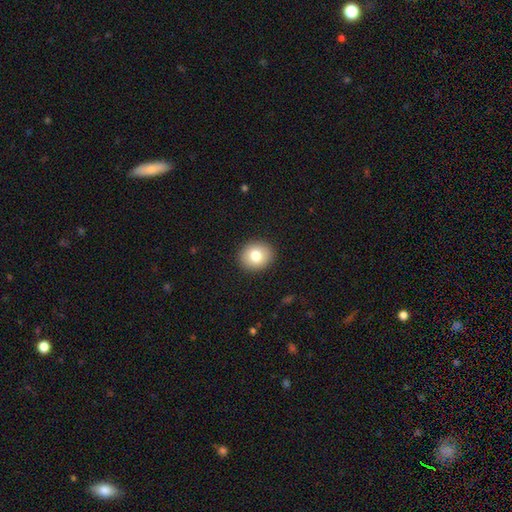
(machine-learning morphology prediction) The model was most divided on "how rounded": round: 68%, in between: 32%, cigar-shaped: 1%. More confident: merging — none (91%); smooth or featured — smooth (79%).